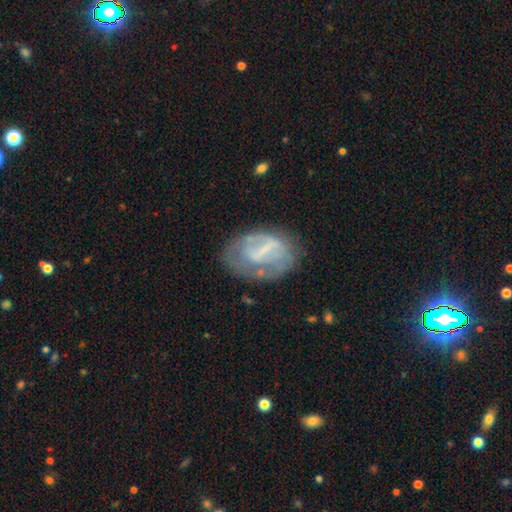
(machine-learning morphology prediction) featured or disk 62%, smooth 30%, star or artifact 8%. Down the decision tree: edge-on disk — no (96%); bar — strong (39%, tied with weak); spiral arms — no (56%); bulge size — none (39%); merging — none (50%).